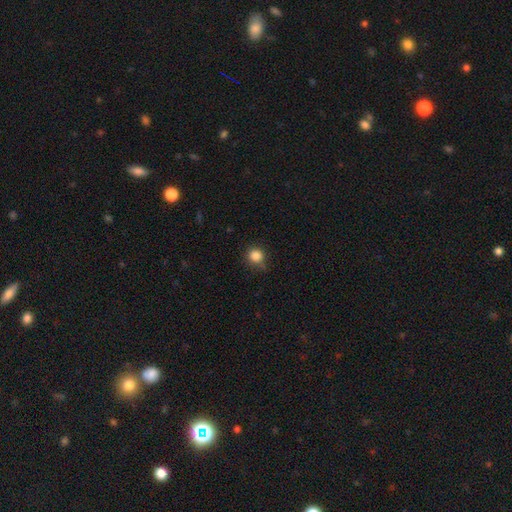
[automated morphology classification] type=smooth (85%); roundness=round (90%); merging=none (75%).